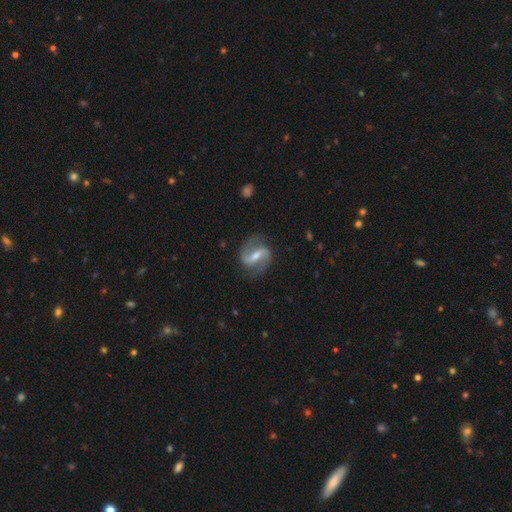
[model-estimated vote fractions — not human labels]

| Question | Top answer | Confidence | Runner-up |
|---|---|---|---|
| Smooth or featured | featured or disk | 87% | smooth (8%) |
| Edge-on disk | no | 97% | yes (3%) |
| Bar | strong | 58% | weak (32%) |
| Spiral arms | yes | 95% | no (5%) |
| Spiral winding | medium | 46% | loose (40%) |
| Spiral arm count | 2 | 92% | can't tell (3%) |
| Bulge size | moderate | 47% | small (40%) |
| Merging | none | 80% | minor disturbance (13%) |